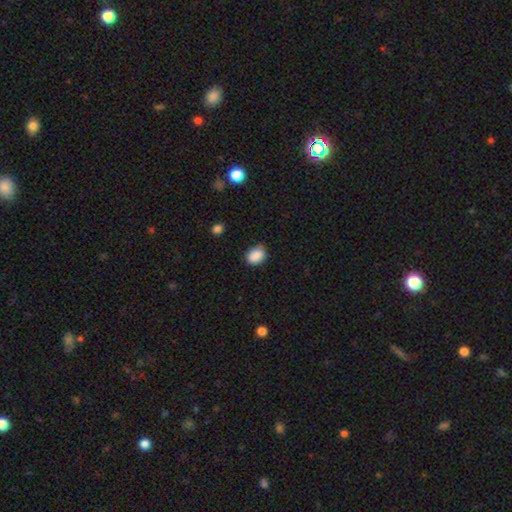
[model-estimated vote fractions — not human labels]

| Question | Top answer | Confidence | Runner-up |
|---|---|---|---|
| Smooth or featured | smooth | 89% | star or artifact (8%) |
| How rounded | in between | 69% | round (30%) |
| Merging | none | 78% | minor disturbance (17%) |